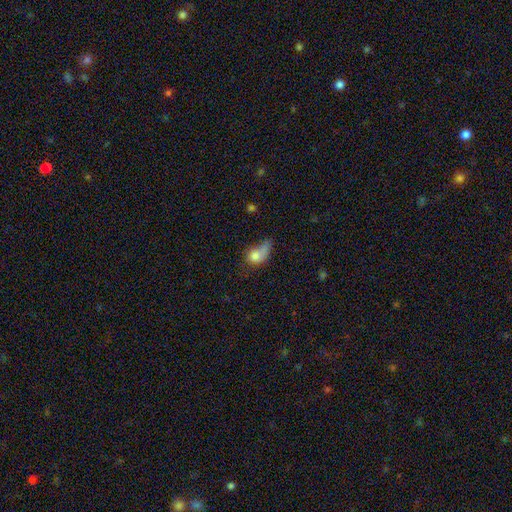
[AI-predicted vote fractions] smooth_or_featured: smooth (p=0.73) [alt: featured or disk p=0.18]
how_rounded: in between (p=0.67) [alt: round p=0.30]
merging: major disturbance (p=0.43) [alt: minor disturbance p=0.25]